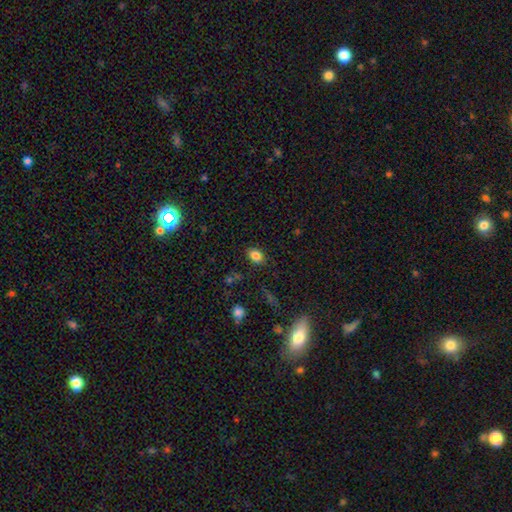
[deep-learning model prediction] Smooth or featured? Predicted: smooth (p=0.83). How rounded? Predicted: in between (p=0.71). Merging? Predicted: none (p=0.86).